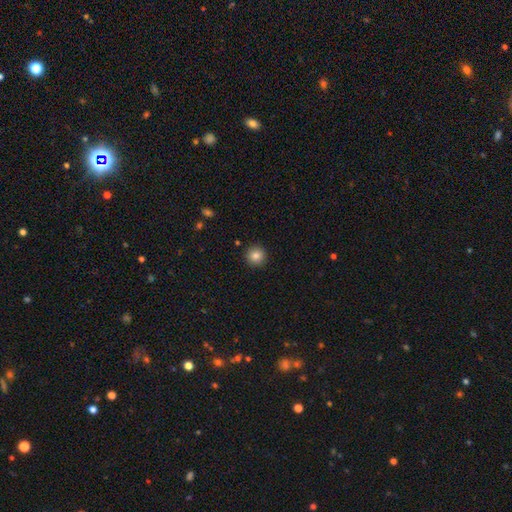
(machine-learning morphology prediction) type=smooth (83%); roundness=round (95%); merging=none (92%).